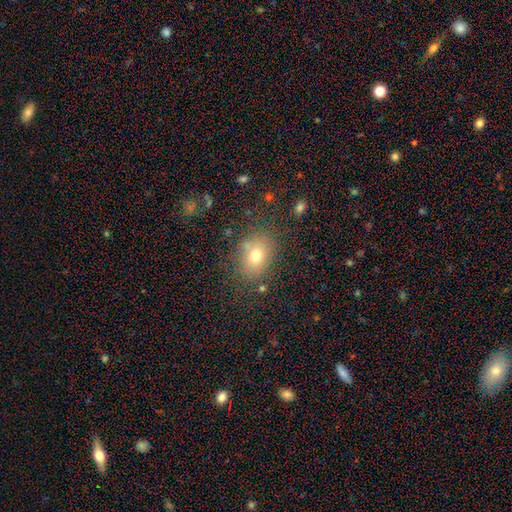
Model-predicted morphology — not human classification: Smooth or featured?
  - smooth: 71% *
  - featured or disk: 15%
  - star or artifact: 14%
How rounded?
  - in between: 63% *
  - round: 35%
  - cigar-shaped: 1%
Merging?
  - none: 77% *
  - minor disturbance: 14%
  - major disturbance: 5%
  - merger: 5%